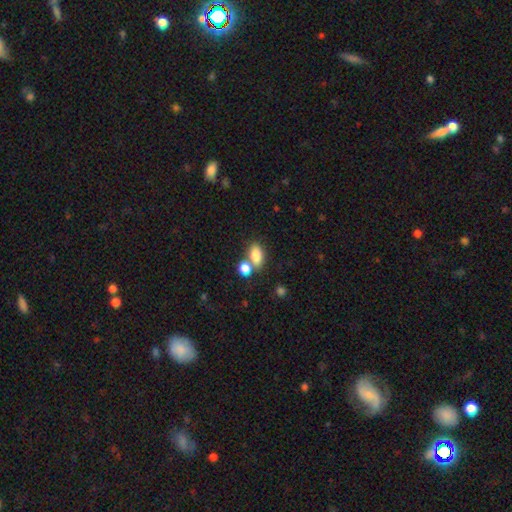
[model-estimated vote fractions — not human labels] Smooth or featured? Predicted: smooth (p=0.83). How rounded? Predicted: in between (p=0.85). Merging? Predicted: none (p=0.51).